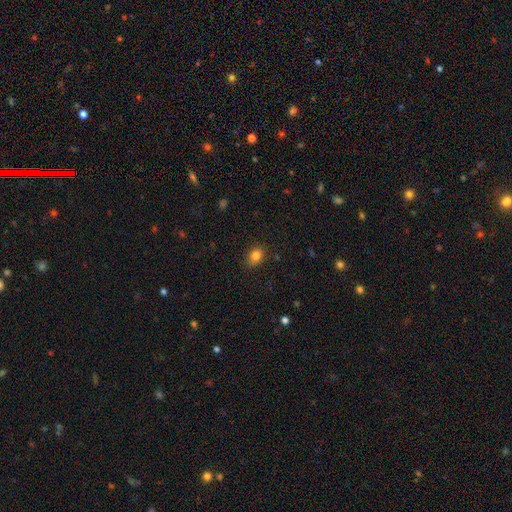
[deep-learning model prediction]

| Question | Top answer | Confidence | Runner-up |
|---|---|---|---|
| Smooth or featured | smooth | 82% | star or artifact (11%) |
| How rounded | in between | 66% | round (33%) |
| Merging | none | 85% | minor disturbance (11%) |